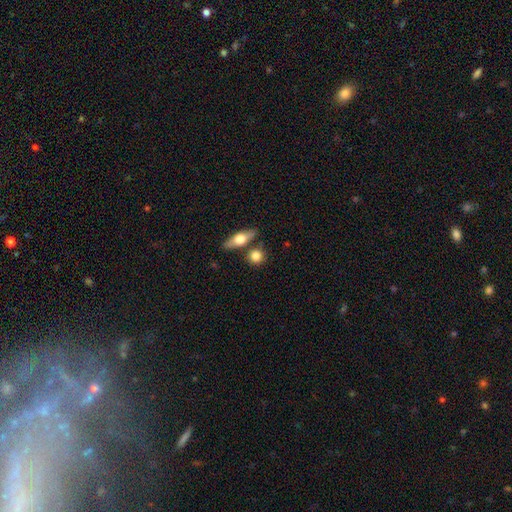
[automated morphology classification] Smooth or featured? Predicted: smooth (p=0.75). How rounded? Predicted: round (p=0.71). Merging? Predicted: none (p=0.71).